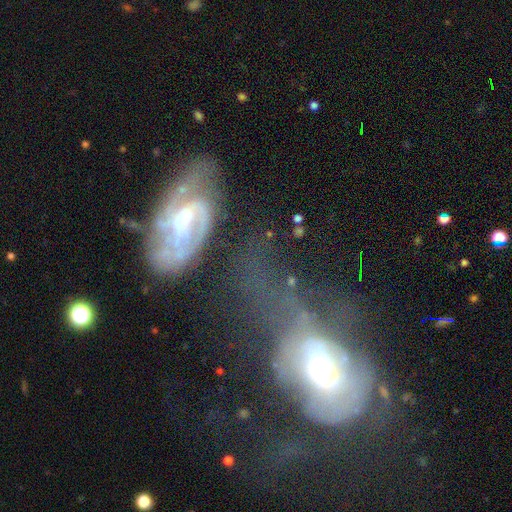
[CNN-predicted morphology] The model was most divided on "bulge size": moderate: 39%, small: 38%, none: 12%, large: 9%, dominant: 3%. Remaining: edge-on disk — no (94%); spiral arms — yes (88%); smooth or featured — featured or disk (79%); spiral arm count — 2 (59%); bar — weak (46%); spiral winding — tight (42%); merging — none (39%).